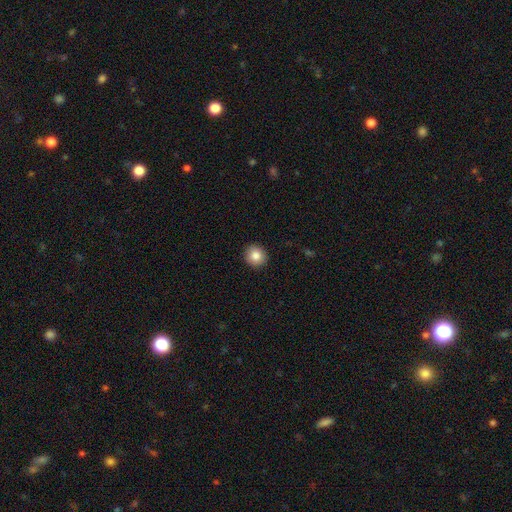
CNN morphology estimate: type=smooth (85%); roundness=round (88%); merging=none (92%).